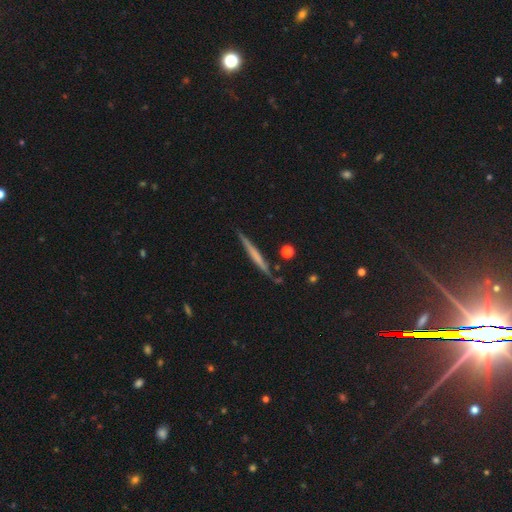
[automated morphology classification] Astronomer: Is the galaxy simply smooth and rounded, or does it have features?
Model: featured or disk — 52% (runner-up: smooth, 42%).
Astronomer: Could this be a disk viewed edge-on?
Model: yes — 97%.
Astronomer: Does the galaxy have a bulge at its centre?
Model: none — 78%.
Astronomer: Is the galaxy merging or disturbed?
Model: none — 86%.